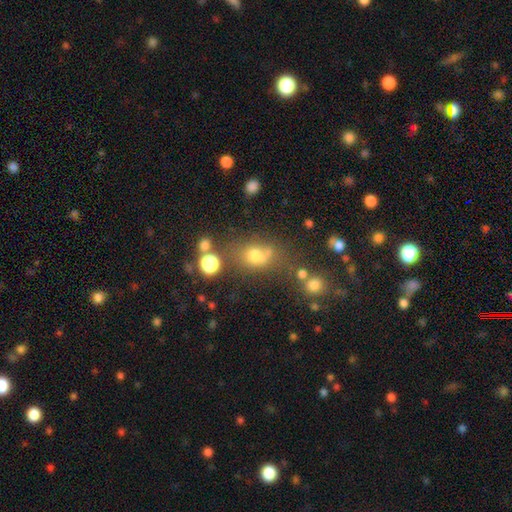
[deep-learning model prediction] Smooth or featured: smooth — 63% (star or artifact — 24%)
How rounded: round — 51% (in between — 46%)
Merging: none — 55% (merger — 21%)